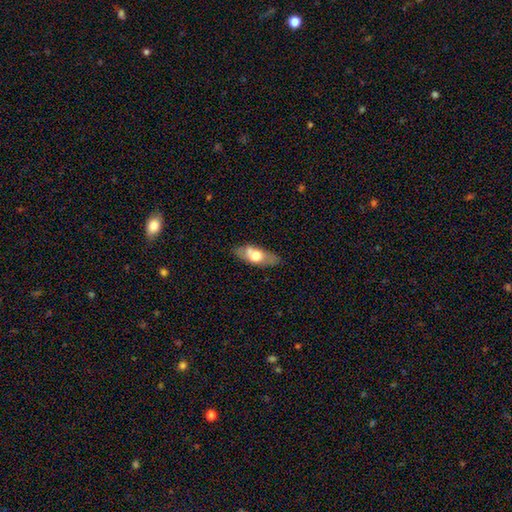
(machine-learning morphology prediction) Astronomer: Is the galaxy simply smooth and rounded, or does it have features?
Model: smooth — 58% (runner-up: featured or disk, 36%).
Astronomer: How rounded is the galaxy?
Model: in between — 77%.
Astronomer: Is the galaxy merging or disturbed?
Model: none — 74%.